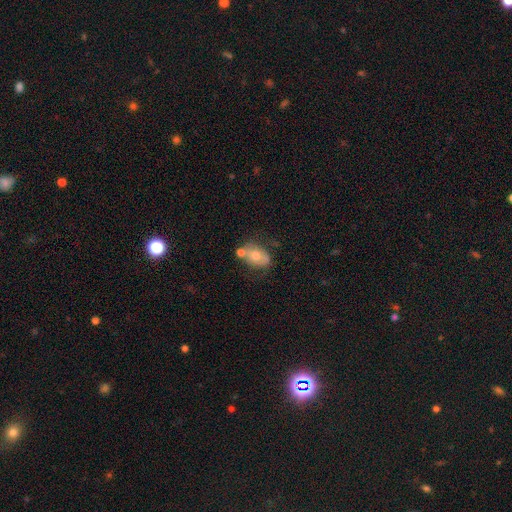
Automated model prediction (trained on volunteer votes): Morphology: type=smooth (62%); roundness=in between (76%); merging=none (48%).